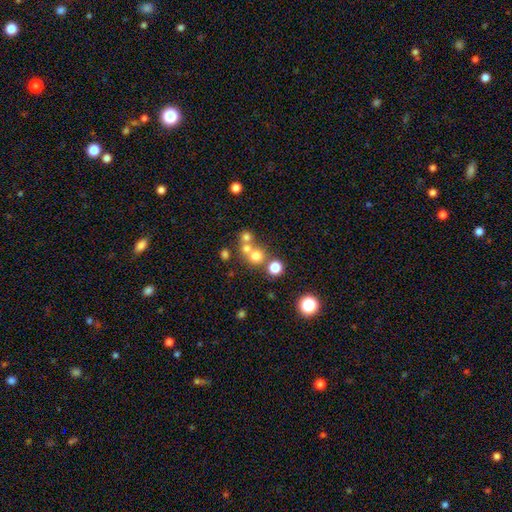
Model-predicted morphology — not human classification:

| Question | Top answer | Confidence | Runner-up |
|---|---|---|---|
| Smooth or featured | smooth | 67% | star or artifact (19%) |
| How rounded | round | 88% | in between (11%) |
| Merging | none | 51% | merger (39%) |